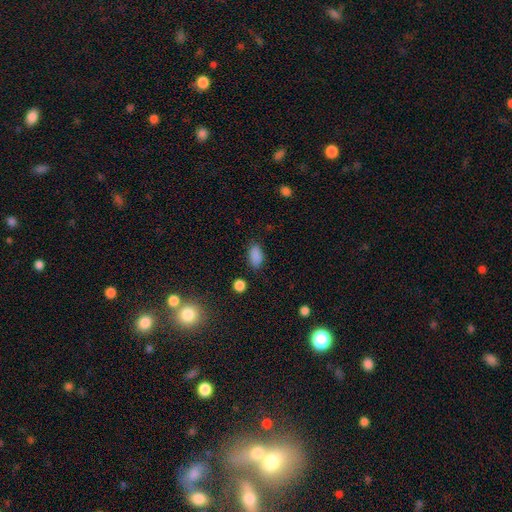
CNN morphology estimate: A smooth galaxy with no disk features (87%) that is in between round and cigar-shaped (90%). Merging: none (82%).